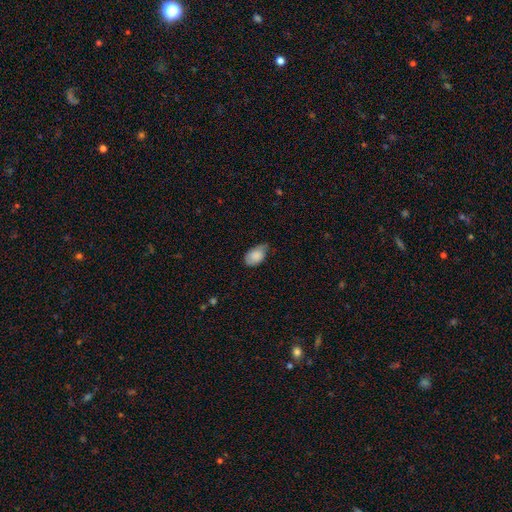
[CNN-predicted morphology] A smooth galaxy with no disk features (84%) that is in between round and cigar-shaped (90%).

Vote fractions:
- Smooth or featured? smooth: 84% / featured or disk: 9% / star or artifact: 7%
- How rounded? in between: 90% / round: 9% / cigar-shaped: 1%
- Merging? none: 45% / minor disturbance: 43% / major disturbance: 10% / merger: 2%